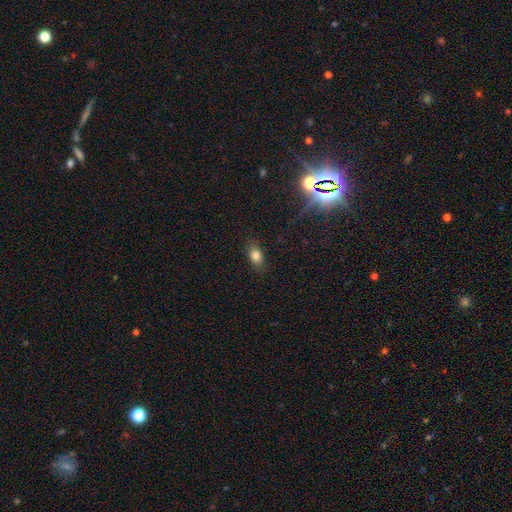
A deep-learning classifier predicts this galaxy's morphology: smooth 81%, star or artifact 11%, featured or disk 8%. Down the decision tree: how rounded — in between (81%); merging — none (83%).